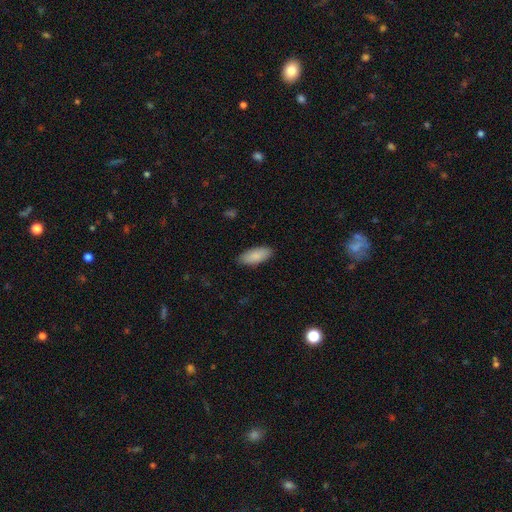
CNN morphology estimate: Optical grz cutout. It shows a smooth galaxy with no disk features (88%) that is in between round and cigar-shaped (85%). Merging: none (88%).